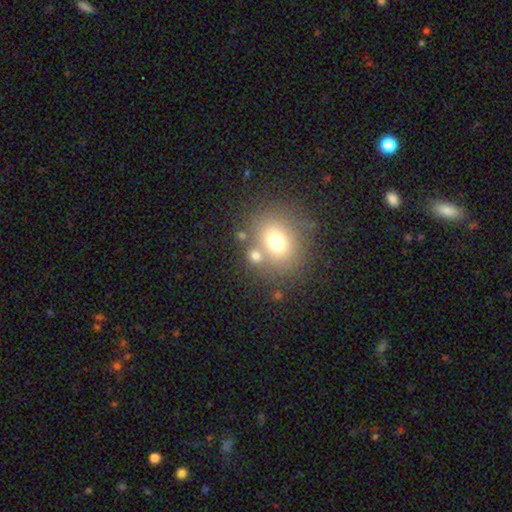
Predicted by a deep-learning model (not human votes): A smooth galaxy with no disk features (71%) that is round (61%). Merging: none (61%).